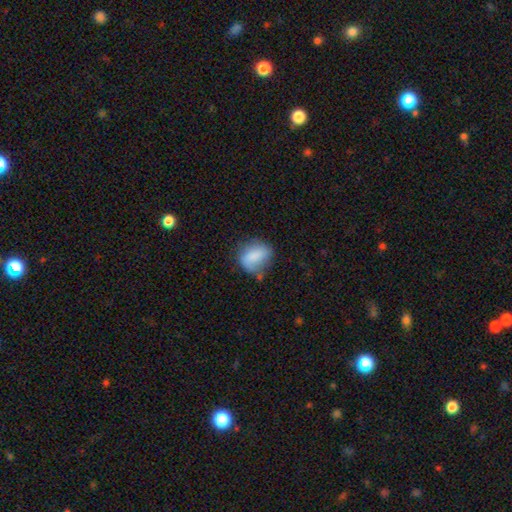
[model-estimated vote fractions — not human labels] Smooth or featured?
  - smooth: 79% *
  - featured or disk: 13%
  - star or artifact: 8%
How rounded?
  - in between: 65% *
  - round: 33%
  - cigar-shaped: 2%
Merging?
  - none: 50% *
  - minor disturbance: 33%
  - major disturbance: 12%
  - merger: 6%